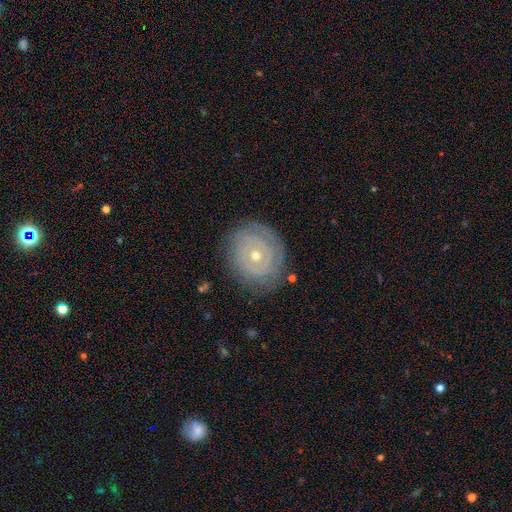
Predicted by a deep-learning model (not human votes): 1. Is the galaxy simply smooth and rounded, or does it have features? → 73% featured or disk, 19% smooth, 7% star or artifact.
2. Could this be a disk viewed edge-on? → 97% no, 3% yes.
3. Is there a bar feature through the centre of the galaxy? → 82% no, 14% weak, 4% strong.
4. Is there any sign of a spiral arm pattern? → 74% yes, 26% no.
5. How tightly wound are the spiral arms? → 83% tight, 12% medium, 5% loose.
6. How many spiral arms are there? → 46% can't tell, 26% 2, 12% 3, 6% 1, 6% 4, 4% more than 4.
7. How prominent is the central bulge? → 54% small, 43% moderate, 1% large, 1% dominant, 1% none.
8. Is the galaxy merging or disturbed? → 80% none, 14% minor disturbance, 5% major disturbance, 1% merger.